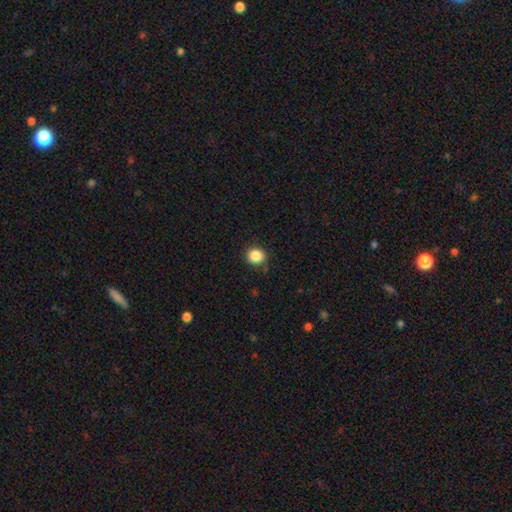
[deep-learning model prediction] Morphology: type=smooth (87%); roundness=round (84%); merging=none (87%).